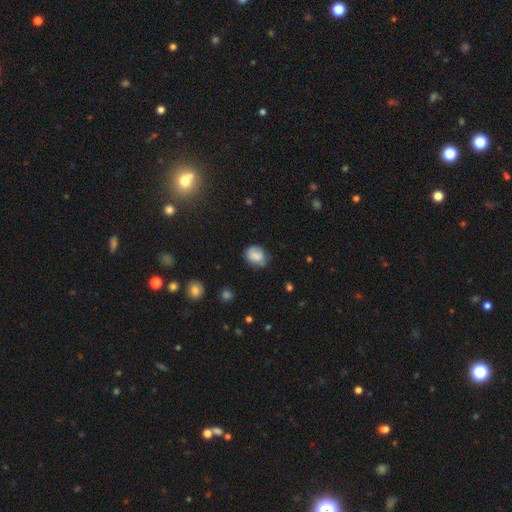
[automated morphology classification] The model was most divided on "how rounded": in between: 53%, round: 46%, cigar-shaped: 1%. More confident: smooth or featured — smooth (82%); merging — none (64%).